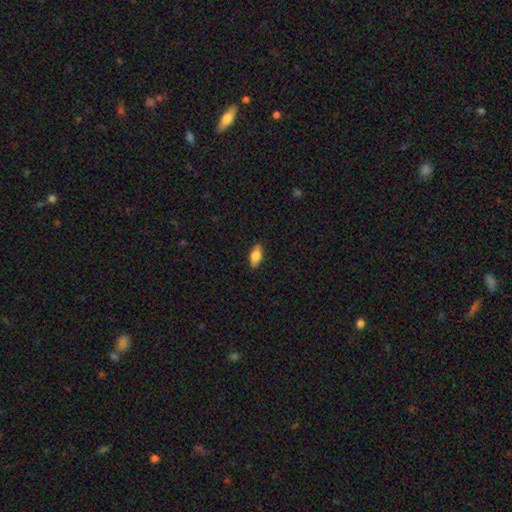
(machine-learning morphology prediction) type=smooth (84%); roundness=in between (88%); merging=none (87%).